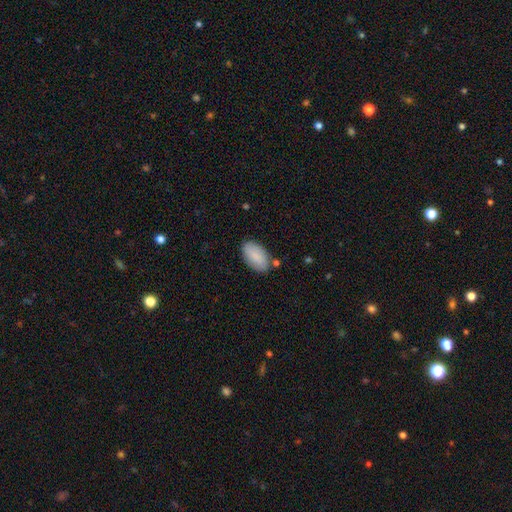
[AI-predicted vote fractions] This is clearly a smooth galaxy (85%). How rounded: clearly in between (95%). Merging: likely none (79%).